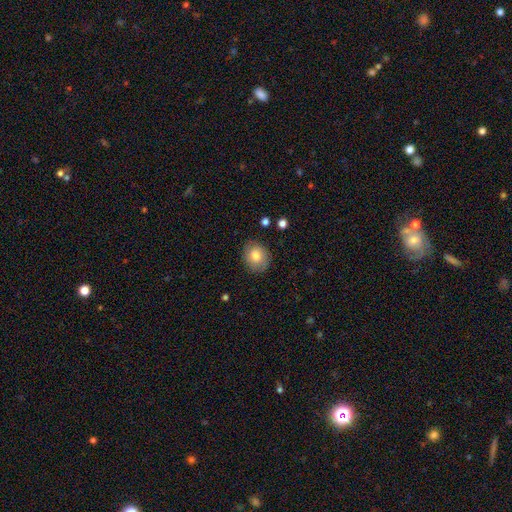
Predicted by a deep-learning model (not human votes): Smooth or featured: smooth — 78% (featured or disk — 14%)
How rounded: round — 70% (in between — 29%)
Merging: none — 83% (minor disturbance — 13%)